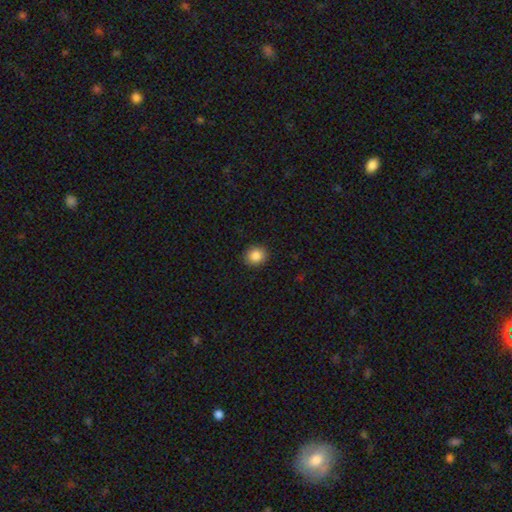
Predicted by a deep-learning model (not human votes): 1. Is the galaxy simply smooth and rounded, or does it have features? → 87% smooth, 9% star or artifact, 4% featured or disk.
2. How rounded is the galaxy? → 82% round, 17% in between, 1% cigar-shaped.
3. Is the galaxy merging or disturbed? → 91% none, 6% minor disturbance, 2% major disturbance, 1% merger.